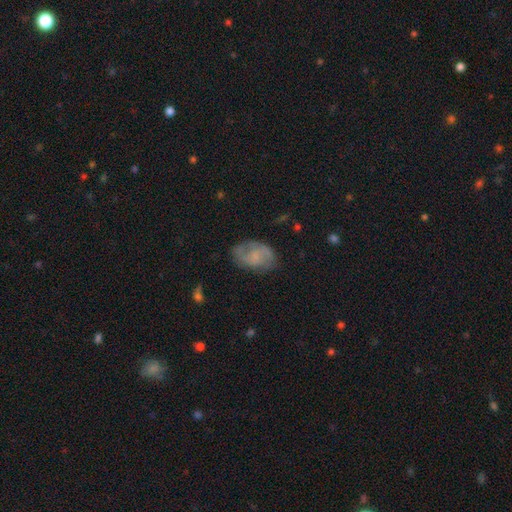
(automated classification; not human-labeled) Smooth or featured? Predicted: featured or disk (p=0.56). Edge-on disk? Predicted: no (p=0.97). Bar? Predicted: no (p=0.51). Spiral arms? Predicted: yes (p=0.83). Bulge size? Predicted: none (p=0.43). Merging? Predicted: none (p=0.71).